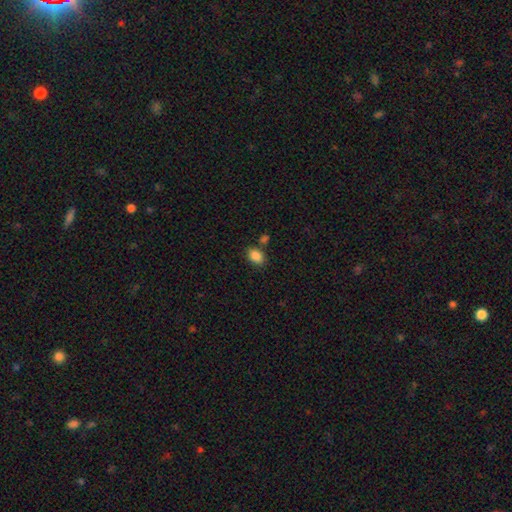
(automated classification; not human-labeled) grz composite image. It shows a smooth galaxy with no disk features (87%) that is in between round and cigar-shaped (76%). Merging: none (74%).